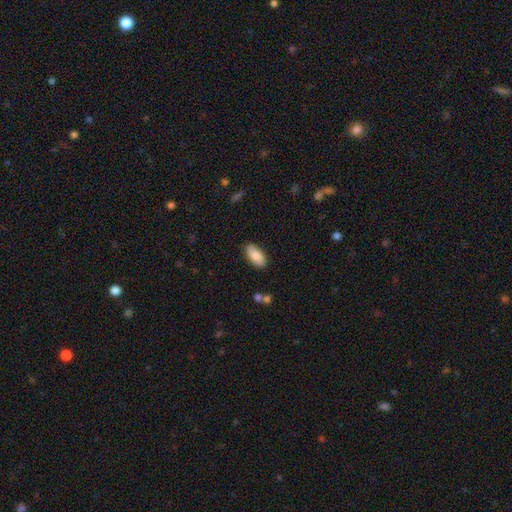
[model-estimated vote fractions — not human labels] Overall: smooth (85%). How rounded: in between (91%). Merging: none (85%).